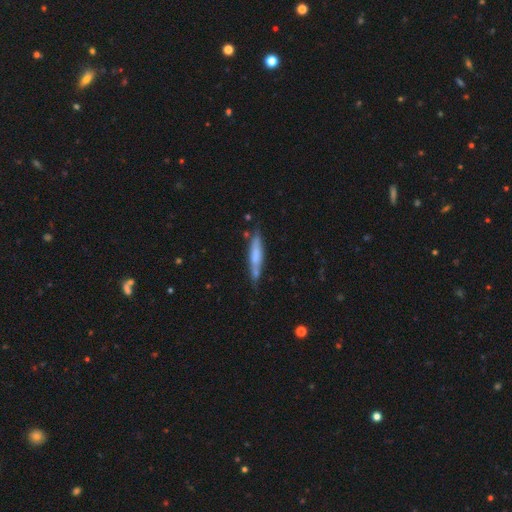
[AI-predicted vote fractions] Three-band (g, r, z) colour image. It shows a smooth galaxy with no disk features (57%) that is cigar-shaped (89%). Merging: none (72%).